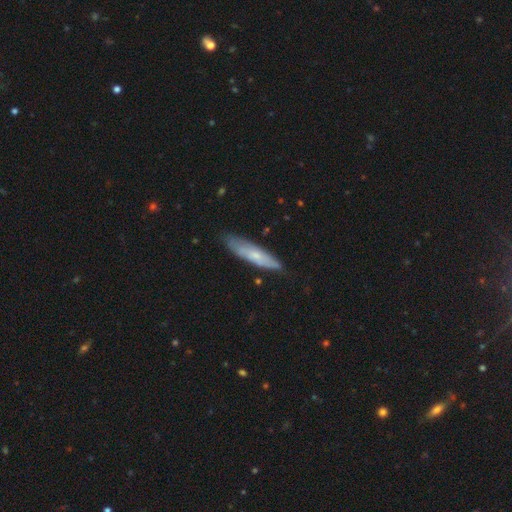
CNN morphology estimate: smooth_or_featured: smooth (p=0.52) [alt: featured or disk p=0.42]
how_rounded: cigar-shaped (p=0.76) [alt: in between p=0.23]
merging: none (p=0.76) [alt: minor disturbance p=0.19]